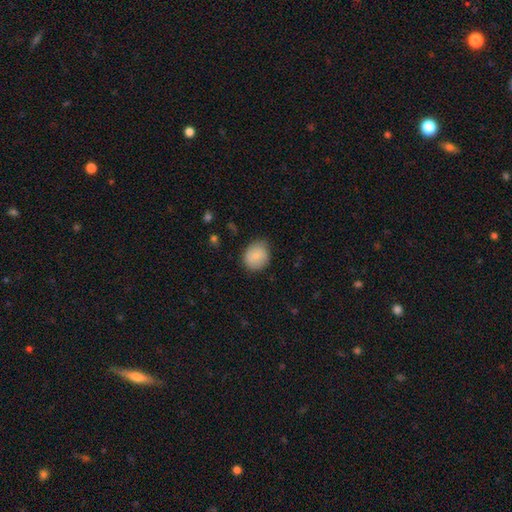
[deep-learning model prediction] Smooth or featured? smooth (82%)
How rounded? round (70%)
Merging? none (72%)